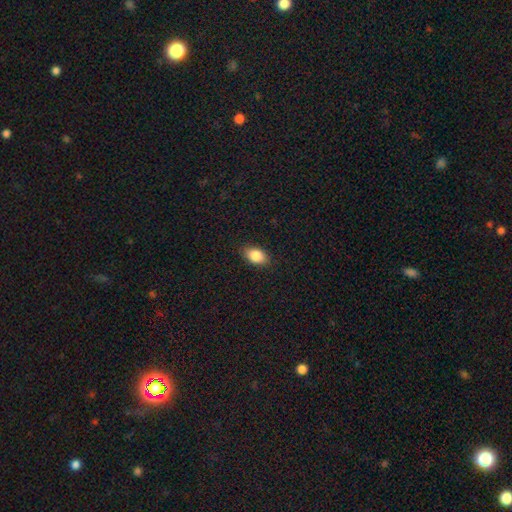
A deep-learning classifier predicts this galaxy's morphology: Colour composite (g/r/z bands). It shows a smooth galaxy with no disk features (86%) that is in between round and cigar-shaped (89%). Merging: none (87%).